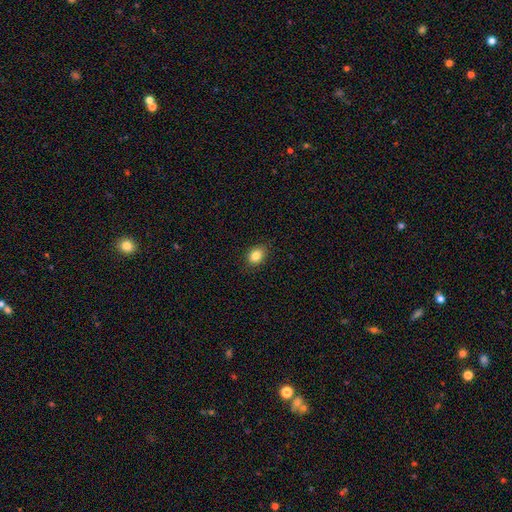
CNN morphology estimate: type=smooth (84%); roundness=in between (57%); merging=none (85%).